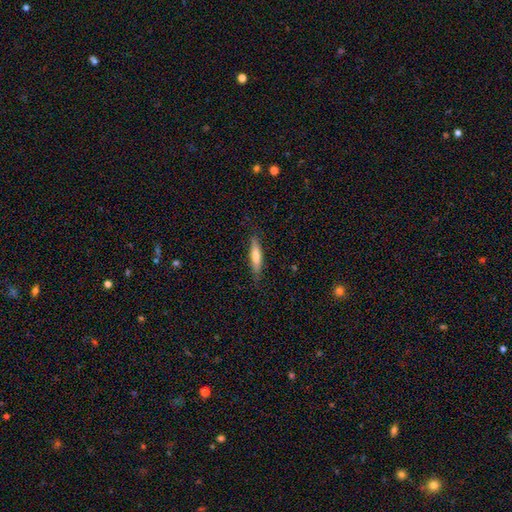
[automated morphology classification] Smooth or featured? smooth (65%)
How rounded? cigar-shaped (80%)
Merging? none (83%)